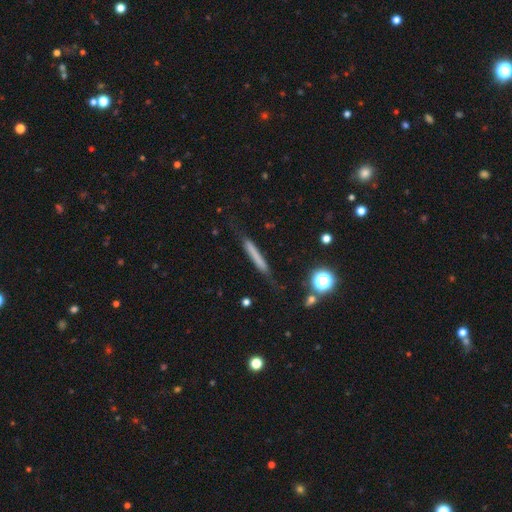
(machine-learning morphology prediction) Q: Smooth or featured?
A: smooth (62%); runner-up: featured or disk (29%)
Q: How rounded?
A: cigar-shaped (94%); runner-up: in between (4%)
Q: Merging?
A: none (70%); runner-up: minor disturbance (21%)